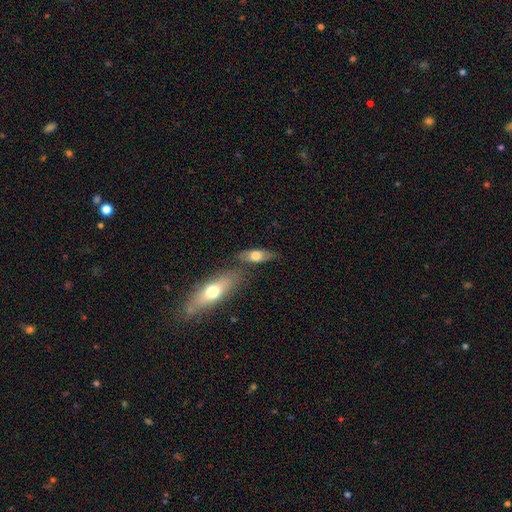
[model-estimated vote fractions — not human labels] Overall: smooth (58%; featured or disk 35%). How rounded: in between (70%). Merging: none (64%).